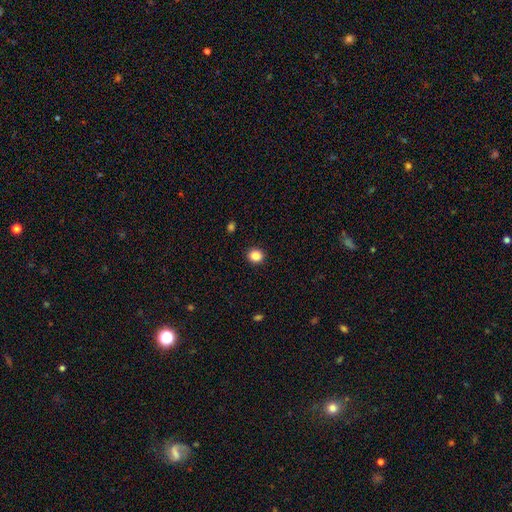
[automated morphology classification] Q: Smooth or featured?
A: smooth (86%); runner-up: star or artifact (10%)
Q: How rounded?
A: round (84%); runner-up: in between (15%)
Q: Merging?
A: none (93%); runner-up: minor disturbance (5%)